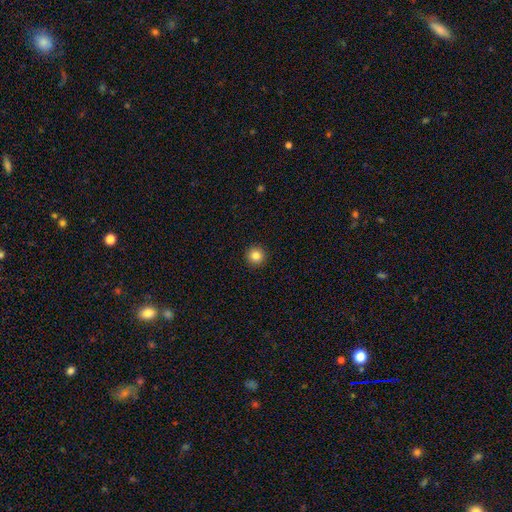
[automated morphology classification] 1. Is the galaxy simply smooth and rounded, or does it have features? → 84% smooth, 11% star or artifact, 5% featured or disk.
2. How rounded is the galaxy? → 96% round, 3% in between, 1% cigar-shaped.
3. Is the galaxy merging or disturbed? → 93% none, 4% minor disturbance, 2% major disturbance, 1% merger.